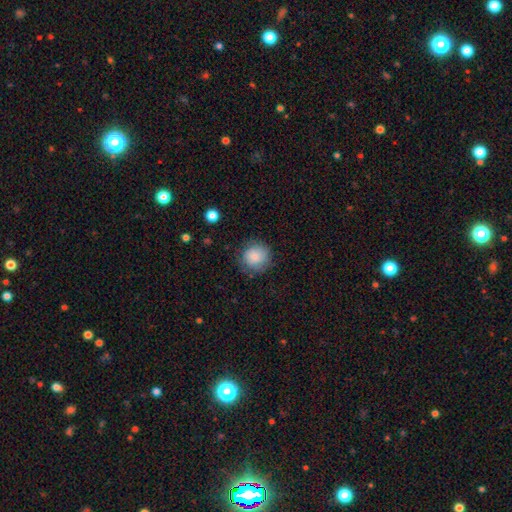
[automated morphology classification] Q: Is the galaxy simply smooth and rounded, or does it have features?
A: smooth — 84%.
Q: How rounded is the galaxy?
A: round — 91%.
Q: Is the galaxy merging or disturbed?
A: none — 78%.